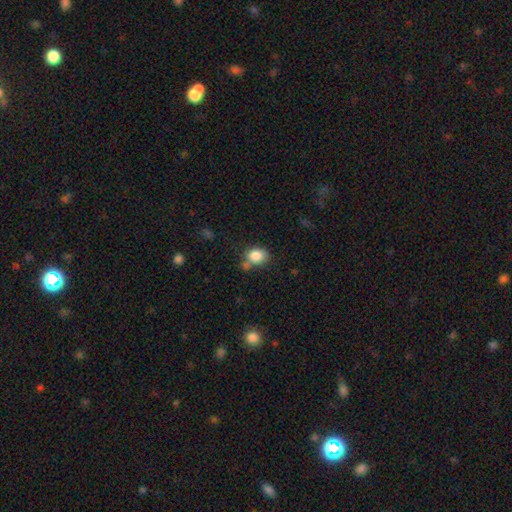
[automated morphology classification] A smooth galaxy with no disk features (84%) that is in between round and cigar-shaped (52%).

Vote fractions:
- Smooth or featured? smooth: 84% / star or artifact: 9% / featured or disk: 6%
- How rounded? in between: 52% / round: 47% / cigar-shaped: 1%
- Merging? none: 56% / minor disturbance: 20% / merger: 17% / major disturbance: 7%